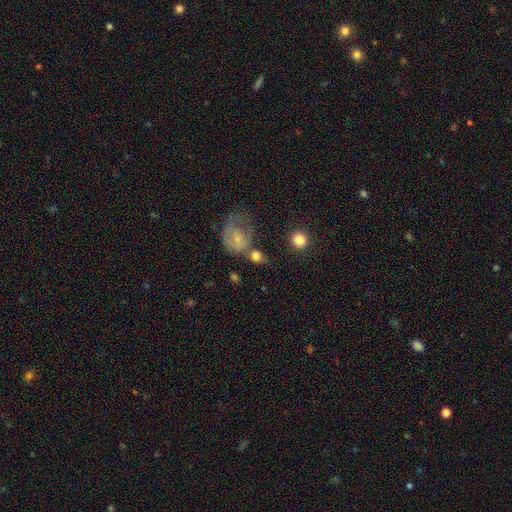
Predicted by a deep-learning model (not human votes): smooth-or-featured: smooth: 70% | featured or disk: 20% | star or artifact: 11%
  how-rounded: round: 57% | in between: 41% | cigar-shaped: 2%
  merging: none: 44% | merger: 26% | minor disturbance: 17% | major disturbance: 13%